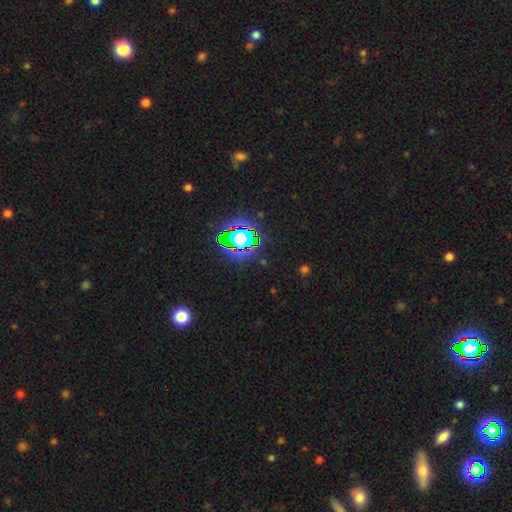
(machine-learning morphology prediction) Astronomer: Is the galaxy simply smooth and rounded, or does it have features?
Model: star or artifact — 77%.